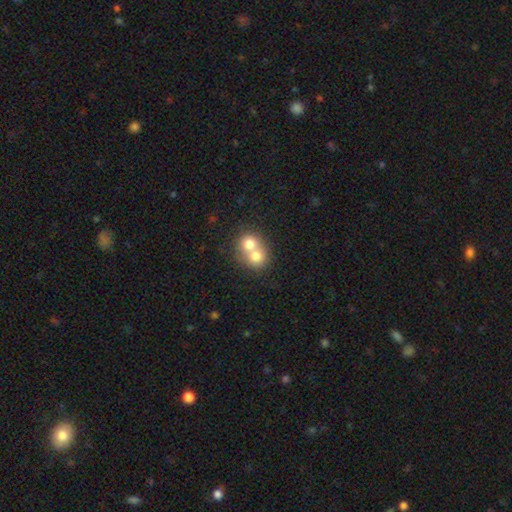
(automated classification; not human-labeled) Morphology: type=smooth (71%); roundness=round (76%); merging=merger (72%).